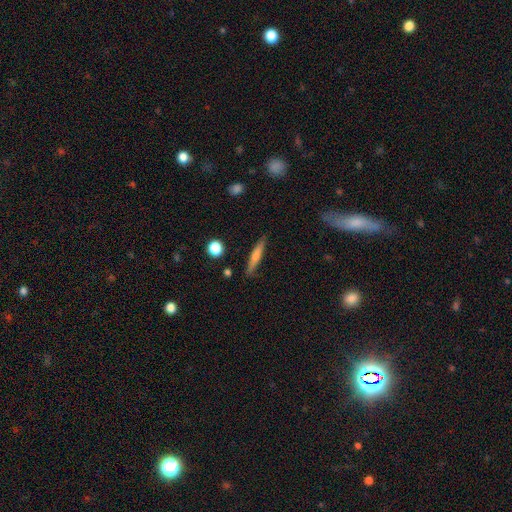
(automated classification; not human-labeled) This appears to be a featured or disk galaxy (48%). Merging: none (88%).